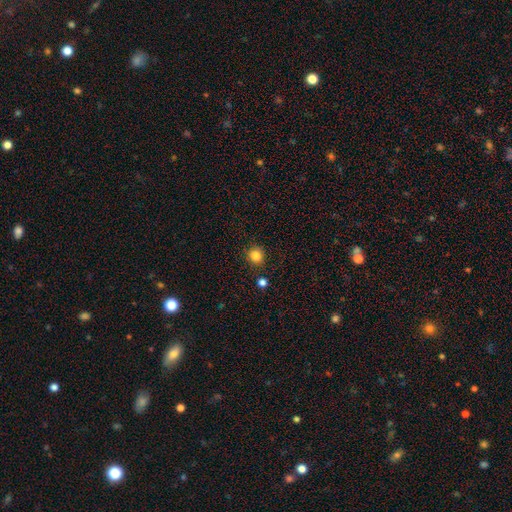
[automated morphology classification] A smooth galaxy with no disk features (84%) that is round (89%). Merging: none (87%).